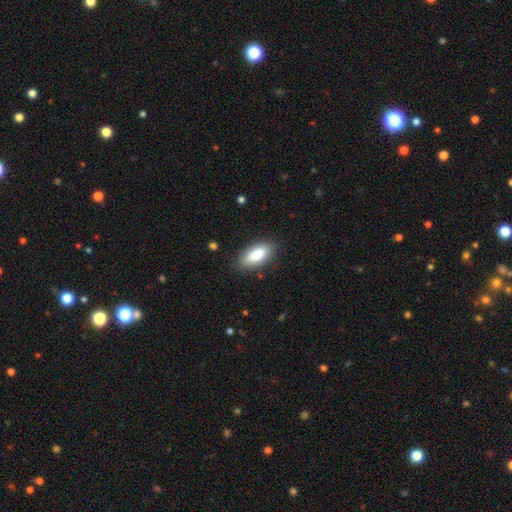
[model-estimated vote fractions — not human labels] Morphology: type=smooth (83%); roundness=in between (86%); merging=none (86%).